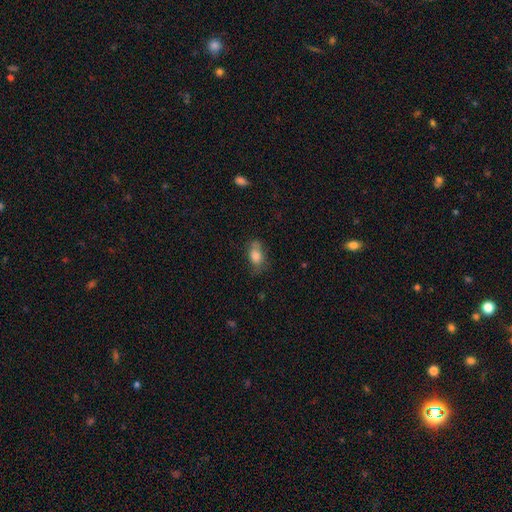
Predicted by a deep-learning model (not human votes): Smooth or featured? smooth (78%)
How rounded? in between (82%)
Merging? none (56%)